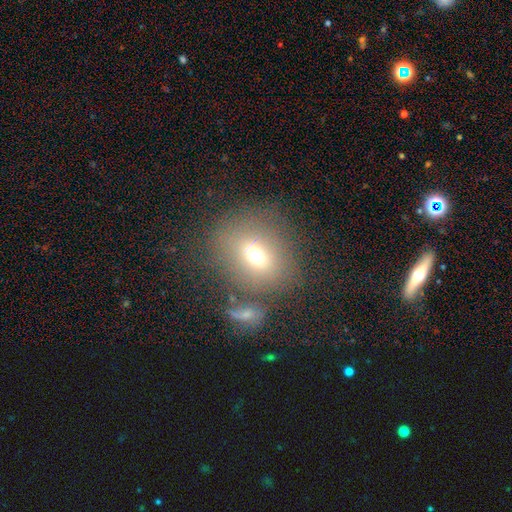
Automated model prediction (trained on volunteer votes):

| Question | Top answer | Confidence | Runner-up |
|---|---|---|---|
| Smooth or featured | smooth | 66% | featured or disk (17%) |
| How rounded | round | 56% | in between (42%) |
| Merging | none | 64% | minor disturbance (14%) |